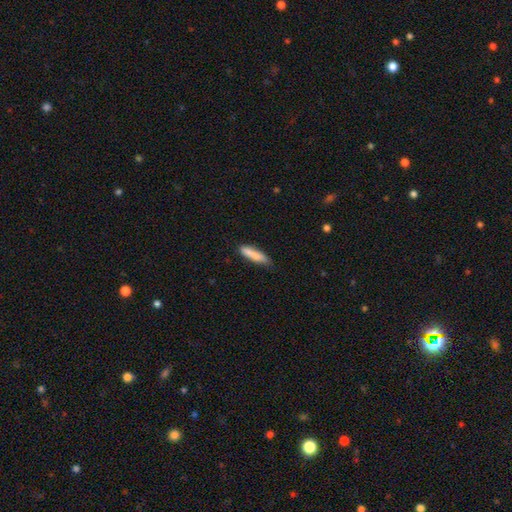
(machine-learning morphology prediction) Overall: smooth (81%). How rounded: cigar-shaped (78%). Merging: none (68%).